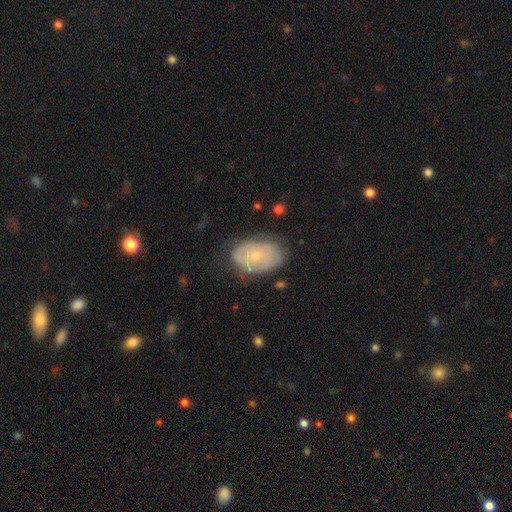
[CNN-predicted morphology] The model was most divided on "smooth or featured": featured or disk: 48%, smooth: 45%, star or artifact: 7%. More confident: merging — none (66%).